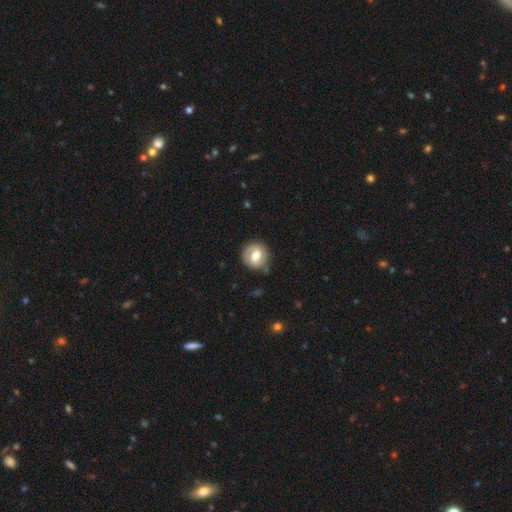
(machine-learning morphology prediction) type=smooth (53%); roundness=round (84%); merging=none (78%).